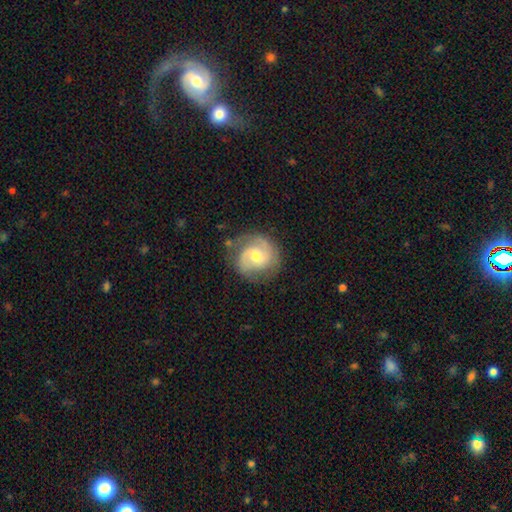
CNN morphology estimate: Overall: featured or disk (75%). Edge-on disk: no (98%). Bar: weak (51%; no 39%). Spiral arms: yes (93%). Spiral arm count: 2 (77%). Spiral winding: medium (48%; tight 35%). Bulge size: moderate (59%; small 35%). Merging: none (72%).